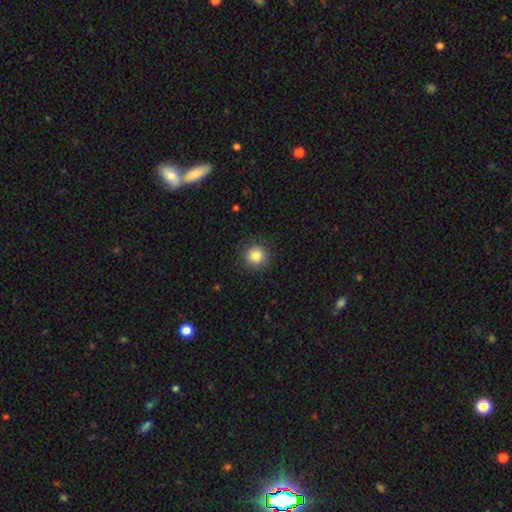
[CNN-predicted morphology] This is clearly a smooth galaxy (85%). How rounded: clearly round (94%). Merging: clearly none (89%).